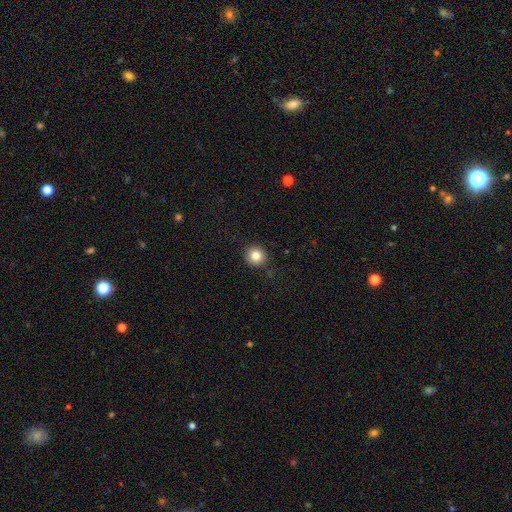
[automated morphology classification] Smooth or featured?
  - smooth: 84% *
  - star or artifact: 11%
  - featured or disk: 5%
How rounded?
  - round: 94% *
  - in between: 5%
  - cigar-shaped: 1%
Merging?
  - none: 90% *
  - minor disturbance: 7%
  - major disturbance: 2%
  - merger: 1%